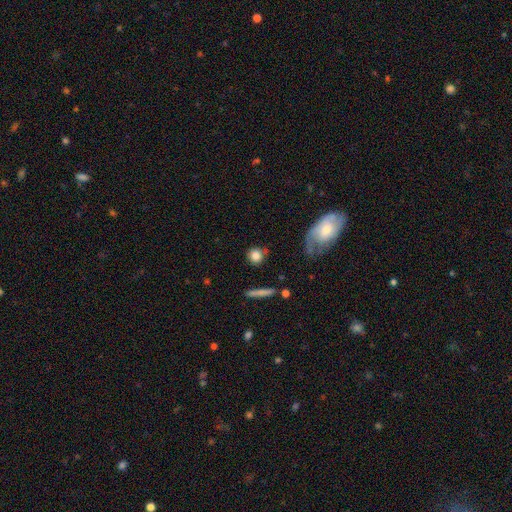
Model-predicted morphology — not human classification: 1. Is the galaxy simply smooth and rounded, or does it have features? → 81% smooth, 10% featured or disk, 8% star or artifact.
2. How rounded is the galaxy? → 87% round, 10% in between, 3% cigar-shaped.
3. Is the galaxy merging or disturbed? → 77% none, 13% minor disturbance, 5% major disturbance, 4% merger.